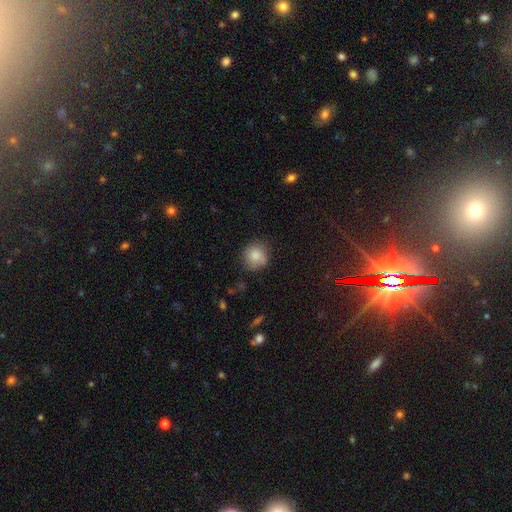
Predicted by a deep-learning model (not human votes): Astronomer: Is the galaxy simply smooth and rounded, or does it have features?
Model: smooth — 84%.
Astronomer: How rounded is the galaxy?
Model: round — 88%.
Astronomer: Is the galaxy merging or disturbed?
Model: none — 72%.